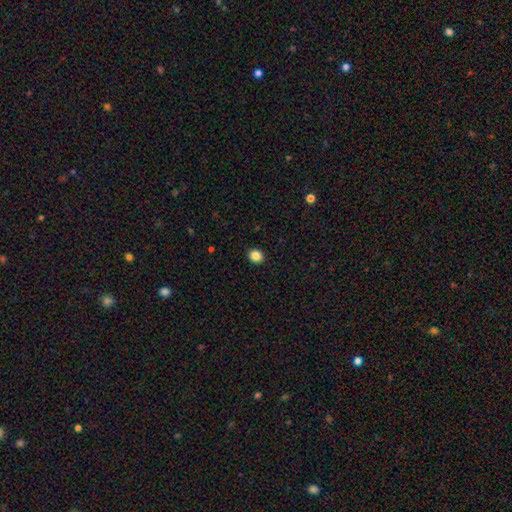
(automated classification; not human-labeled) A smooth galaxy with no disk features (86%) that is round (80%). Merging: none (92%).